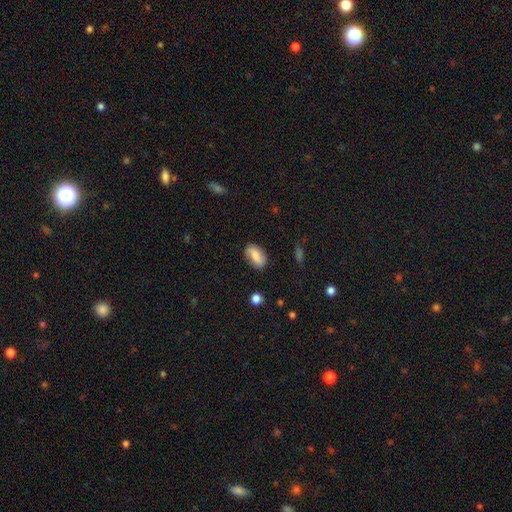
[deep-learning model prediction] Morphology: type=smooth (72%); roundness=in between (90%); merging=none (80%).